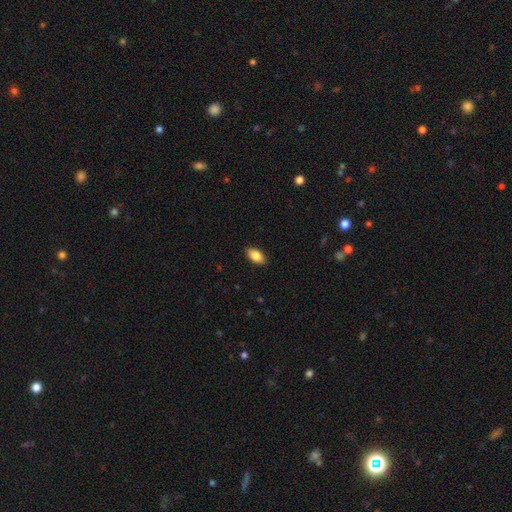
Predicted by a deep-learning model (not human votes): smooth 83%, featured or disk 10%, star or artifact 7%. Down the decision tree: how rounded — in between (92%); merging — none (89%).